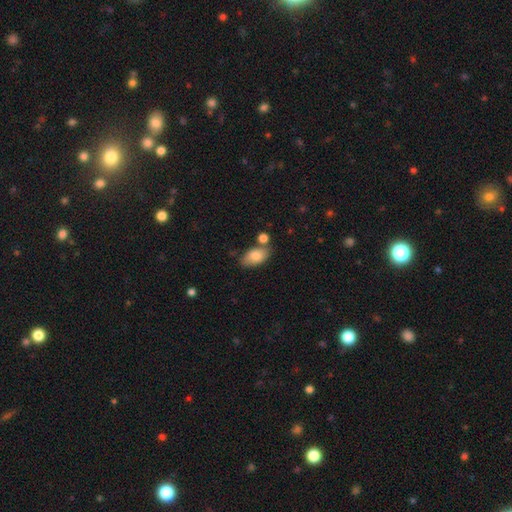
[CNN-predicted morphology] Smooth or featured?
  - smooth: 82% *
  - featured or disk: 11%
  - star or artifact: 7%
How rounded?
  - in between: 92% *
  - round: 6%
  - cigar-shaped: 3%
Merging?
  - none: 64% *
  - minor disturbance: 17%
  - merger: 15%
  - major disturbance: 4%